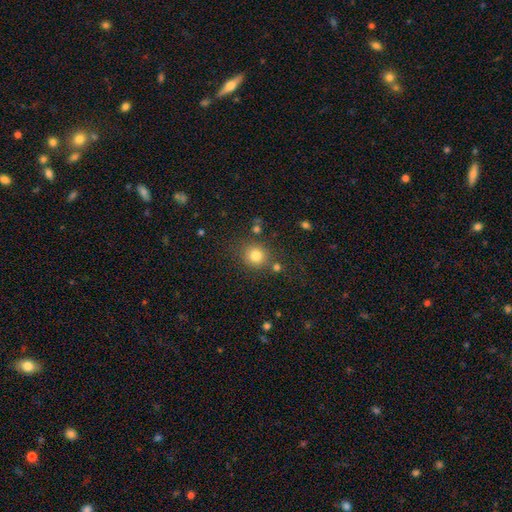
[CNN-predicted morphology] Smooth or featured? Predicted: smooth (p=0.81). How rounded? Predicted: round (p=0.88). Merging? Predicted: none (p=0.77).